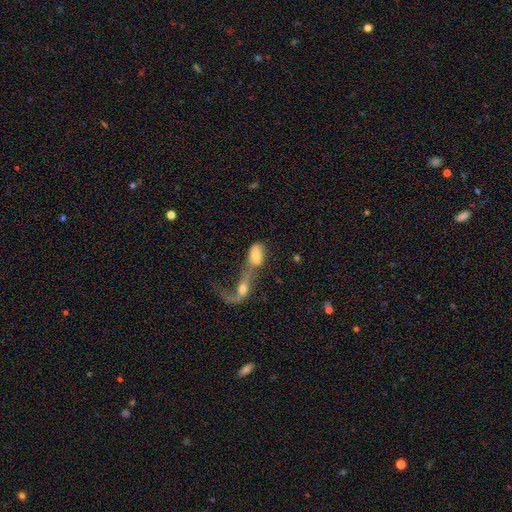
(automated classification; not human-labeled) Smooth or featured? Predicted: smooth (p=0.56). How rounded? Predicted: in between (p=0.87). Merging? Predicted: merger (p=0.71).